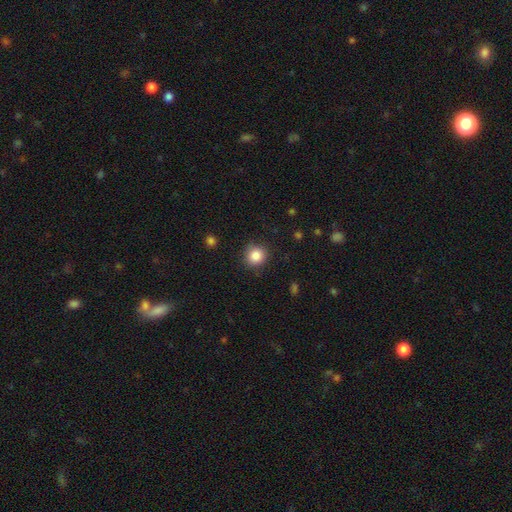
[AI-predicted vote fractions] A smooth galaxy with no disk features (85%) that is round (90%).

Vote fractions:
- Smooth or featured? smooth: 85% / star or artifact: 10% / featured or disk: 5%
- How rounded? round: 90% / in between: 9% / cigar-shaped: 1%
- Merging? none: 87% / minor disturbance: 9% / major disturbance: 3% / merger: 1%